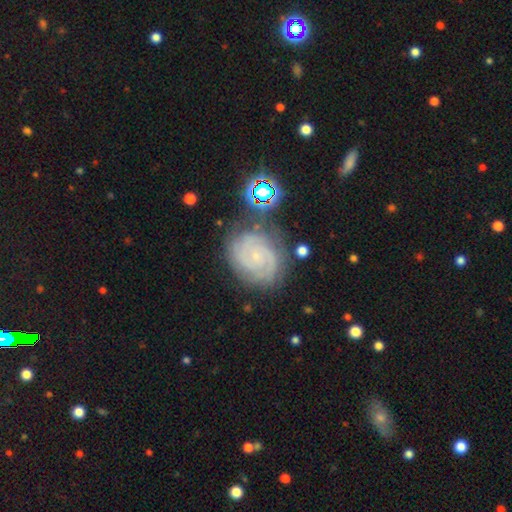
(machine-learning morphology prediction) featured or disk 82%, smooth 9%, star or artifact 9%. Down the decision tree: edge-on disk — no (98%); bar — no (70%); spiral arms — yes (97%); spiral arm count — 2 (52%); spiral winding — tight (71%); bulge size — small (83%); merging — none (76%).